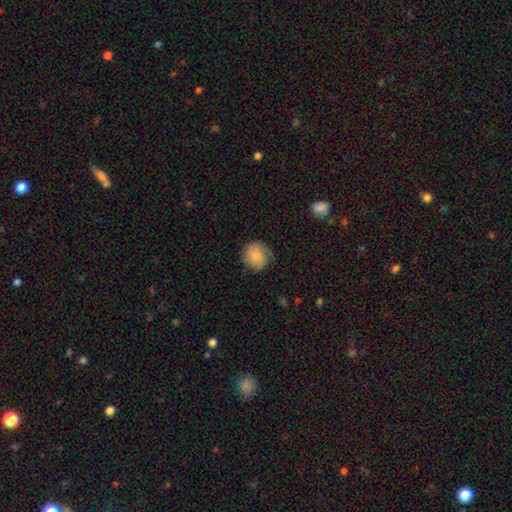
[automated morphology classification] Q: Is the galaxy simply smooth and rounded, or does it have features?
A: smooth — 79%.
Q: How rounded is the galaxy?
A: round — 87%.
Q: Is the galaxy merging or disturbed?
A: none — 72%.